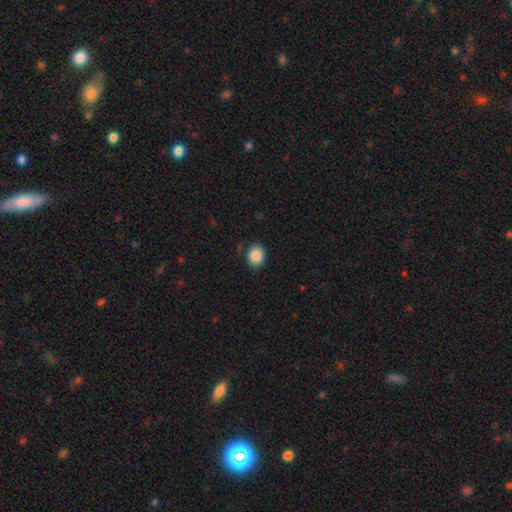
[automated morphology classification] Smooth or featured? smooth (88%)
How rounded? round (60%)
Merging? none (85%)